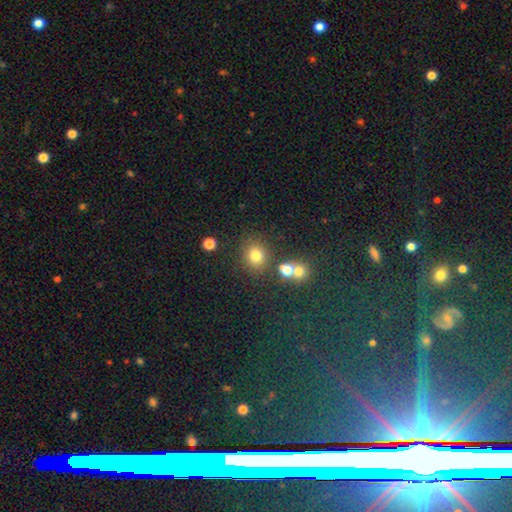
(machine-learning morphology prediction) This is likely a smooth galaxy (76%). How rounded: likely round (76%). Merging: likely none (75%).